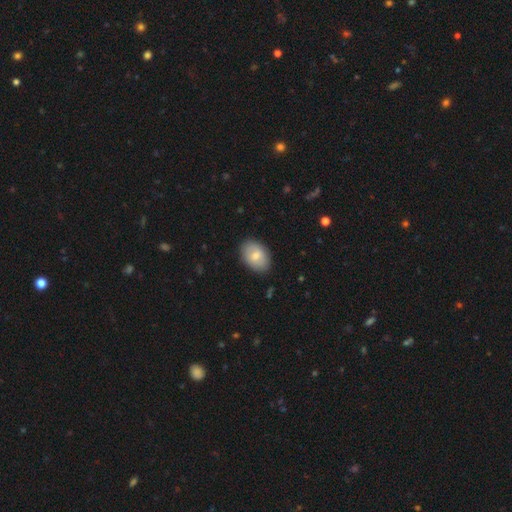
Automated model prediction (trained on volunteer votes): A smooth galaxy with no disk features (74%) that is in between round and cigar-shaped (86%). Merging: none (86%).